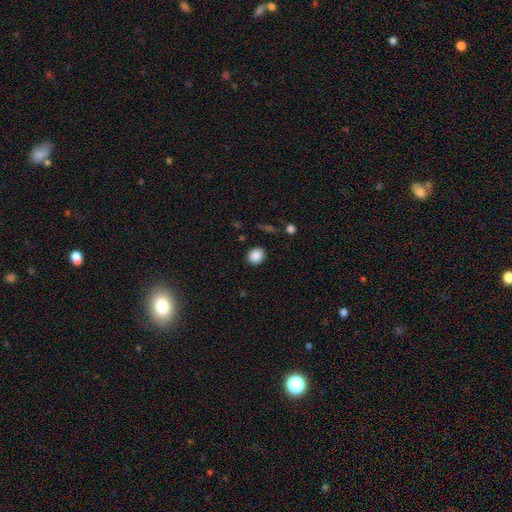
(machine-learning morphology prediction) A smooth galaxy with no disk features (88%) that is round (78%).

Vote fractions:
- Smooth or featured? smooth: 88% / star or artifact: 9% / featured or disk: 3%
- How rounded? round: 78% / in between: 21% / cigar-shaped: 1%
- Merging? none: 89% / minor disturbance: 7% / major disturbance: 2% / merger: 2%